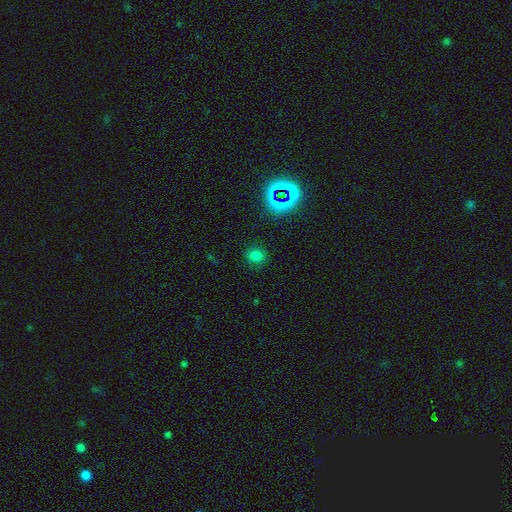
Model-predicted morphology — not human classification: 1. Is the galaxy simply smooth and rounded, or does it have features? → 71% smooth, 23% star or artifact, 6% featured or disk.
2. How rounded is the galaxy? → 79% round, 20% in between, 1% cigar-shaped.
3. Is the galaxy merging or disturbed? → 87% none, 8% minor disturbance, 3% major disturbance, 2% merger.